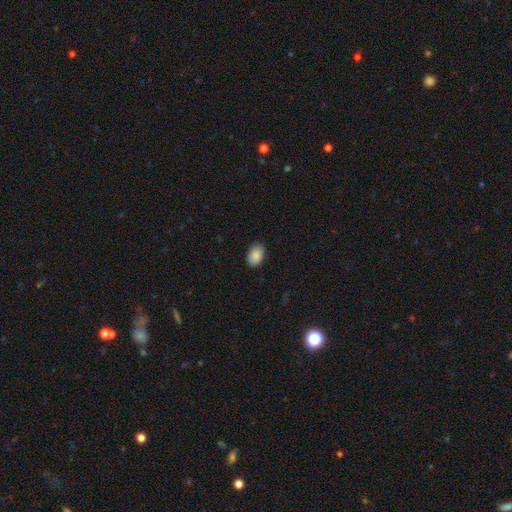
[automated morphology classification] Smooth or featured?
  - smooth: 89% *
  - star or artifact: 7%
  - featured or disk: 3%
How rounded?
  - in between: 90% *
  - round: 9%
  - cigar-shaped: 1%
Merging?
  - none: 86% *
  - minor disturbance: 11%
  - major disturbance: 2%
  - merger: 1%